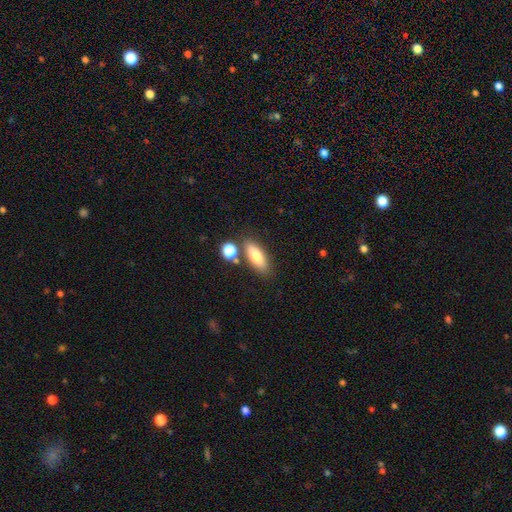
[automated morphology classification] This appears to be a smooth galaxy with no disk features (76%) that is in between round and cigar-shaped (71%). Merging: none (74%).